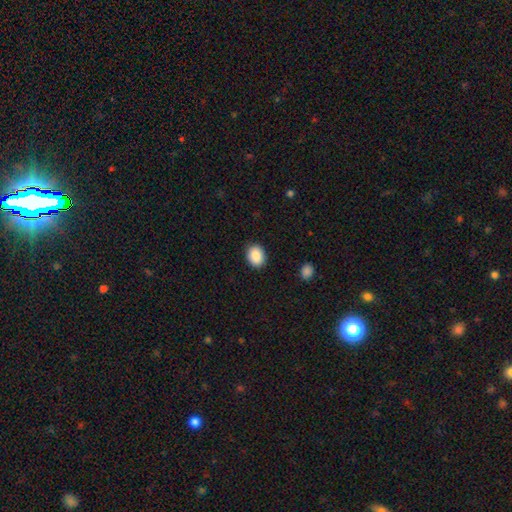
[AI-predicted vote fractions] Smooth or featured? smooth (89%)
How rounded? in between (56%)
Merging? none (89%)